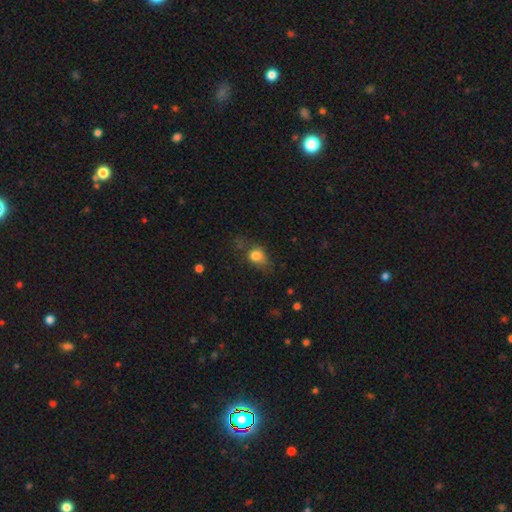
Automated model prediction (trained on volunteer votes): smooth 75%, featured or disk 14%, star or artifact 11%. Down the decision tree: how rounded — in between (55%); merging — none (46%).